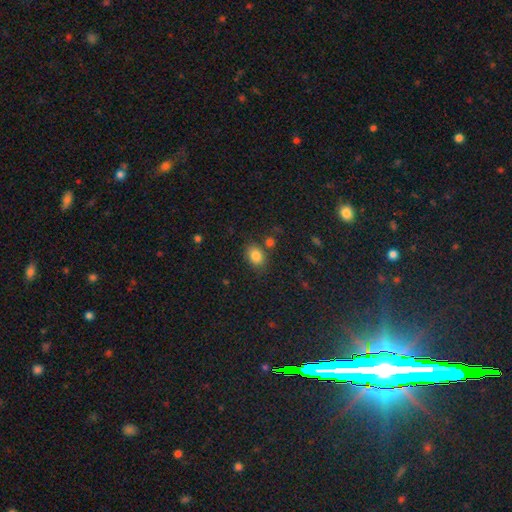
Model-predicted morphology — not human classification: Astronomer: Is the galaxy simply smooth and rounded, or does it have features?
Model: smooth — 84%.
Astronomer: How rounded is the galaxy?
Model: in between — 67%.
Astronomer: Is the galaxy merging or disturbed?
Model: none — 73%.